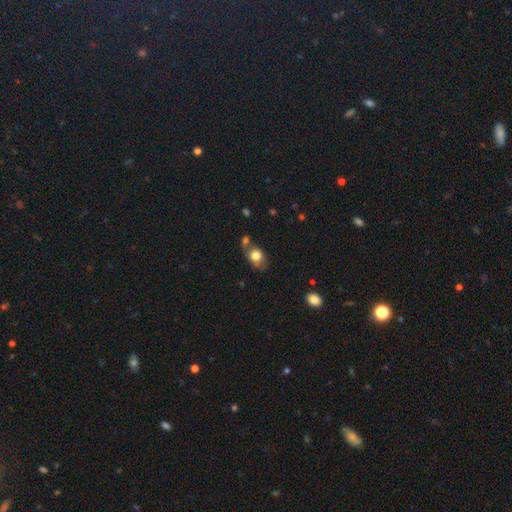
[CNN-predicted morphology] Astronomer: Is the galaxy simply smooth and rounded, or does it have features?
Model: smooth — 77%.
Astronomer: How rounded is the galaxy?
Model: in between — 63%.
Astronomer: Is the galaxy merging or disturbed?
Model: none — 48%.